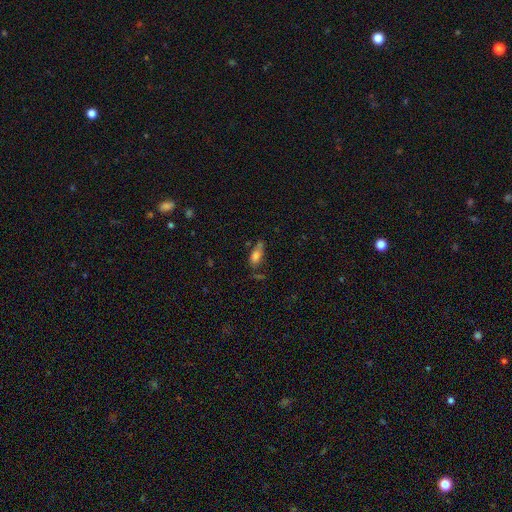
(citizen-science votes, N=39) This is likely a smooth galaxy (79%). How rounded: clearly in between (81%). Merging: possibly none (53%).